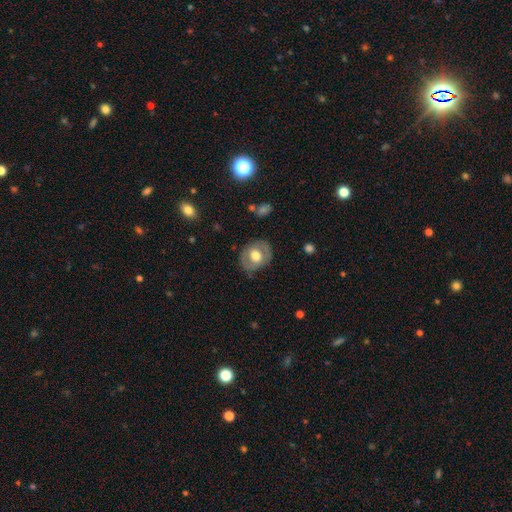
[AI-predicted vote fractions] Smooth or featured?
  - smooth: 52% *
  - featured or disk: 42%
  - star or artifact: 7%
How rounded?
  - round: 61% *
  - in between: 38%
  - cigar-shaped: 1%
Merging?
  - none: 80% *
  - minor disturbance: 14%
  - major disturbance: 5%
  - merger: 1%